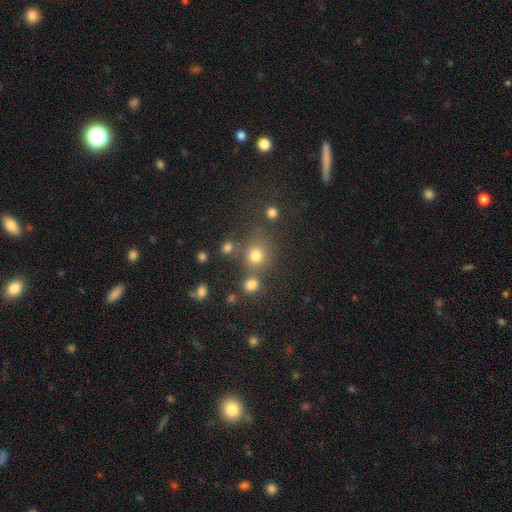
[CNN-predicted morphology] smooth_or_featured: smooth (p=0.75) [alt: star or artifact p=0.17]
how_rounded: round (p=0.85) [alt: in between p=0.14]
merging: none (p=0.61) [alt: merger p=0.22]